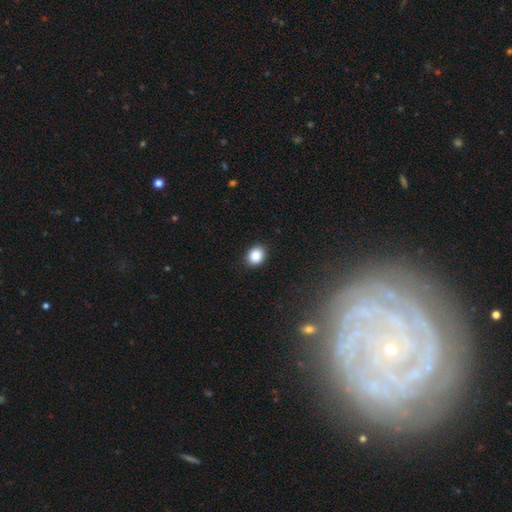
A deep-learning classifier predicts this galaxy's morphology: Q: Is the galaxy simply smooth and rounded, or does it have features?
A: smooth — 87%.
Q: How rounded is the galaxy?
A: in between — 50%.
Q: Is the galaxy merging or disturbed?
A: none — 89%.